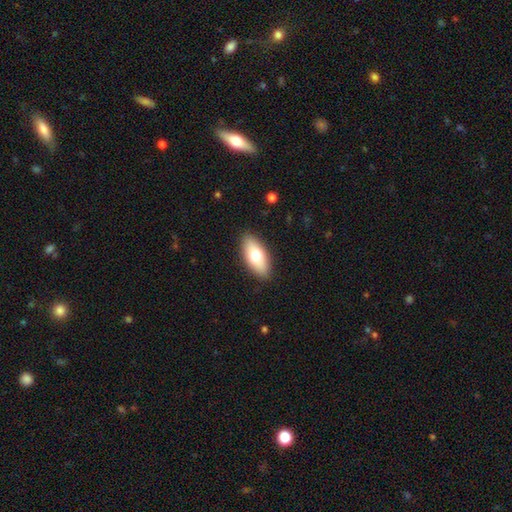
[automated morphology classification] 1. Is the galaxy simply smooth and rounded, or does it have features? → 72% smooth, 22% featured or disk, 6% star or artifact.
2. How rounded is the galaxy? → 85% in between, 12% cigar-shaped, 3% round.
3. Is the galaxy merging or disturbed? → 89% none, 9% minor disturbance, 2% major disturbance, 1% merger.